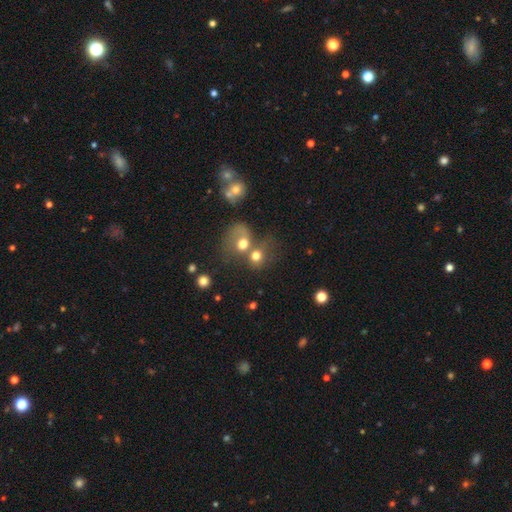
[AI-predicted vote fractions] Smooth or featured? Predicted: smooth (p=0.70). How rounded? Predicted: round (p=0.74). Merging? Predicted: merger (p=0.52).